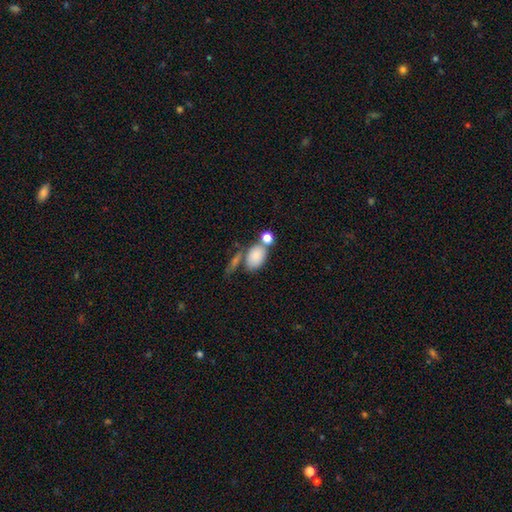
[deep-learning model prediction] A smooth galaxy with no disk features (81%) that is in between round and cigar-shaped (80%). Merging: none (44%).